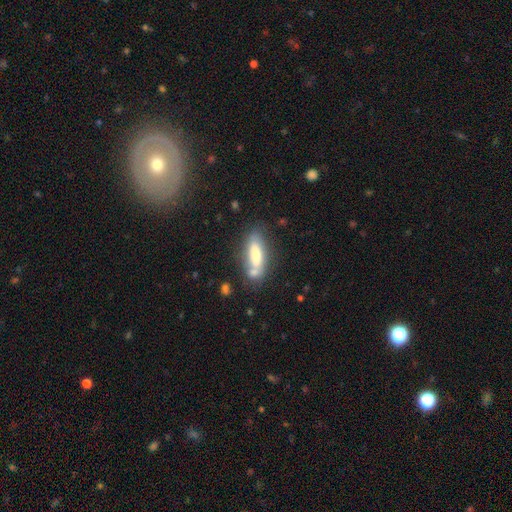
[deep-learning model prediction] The model was most divided on "how rounded": in between: 52%, cigar-shaped: 46%, round: 2%. More confident: smooth or featured — smooth (70%); merging — none (54%).